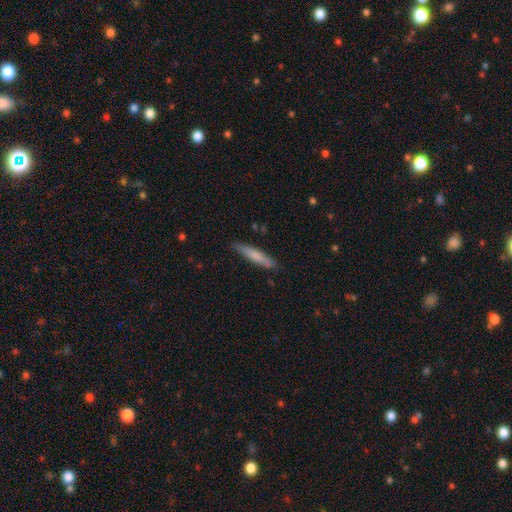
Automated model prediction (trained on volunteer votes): A smooth galaxy with no disk features (72%) that is cigar-shaped (89%). Merging: none (86%).